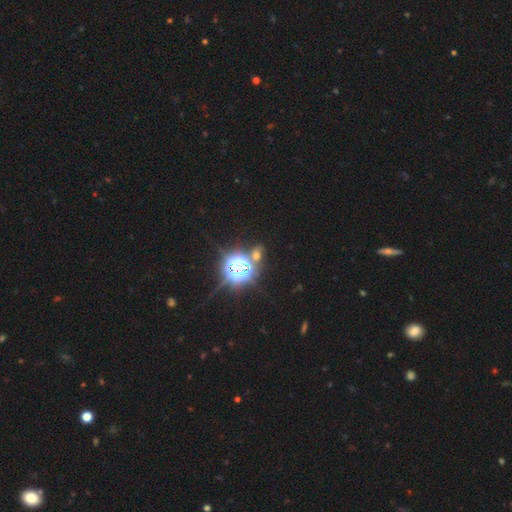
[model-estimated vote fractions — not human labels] A star or artifact, not a galaxy (62%).

Vote fractions:
- Smooth or featured? star or artifact: 62% / smooth: 28% / featured or disk: 10%